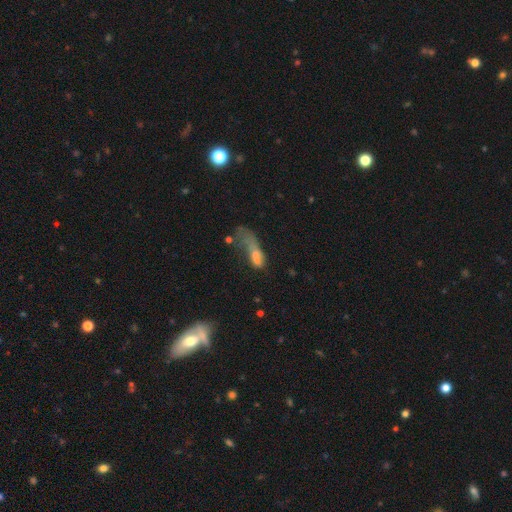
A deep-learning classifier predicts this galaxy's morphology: The model was most divided on "how rounded": in between: 54%, cigar-shaped: 39%, round: 7%. More confident: smooth or featured — smooth (52%); merging — major disturbance (51%).